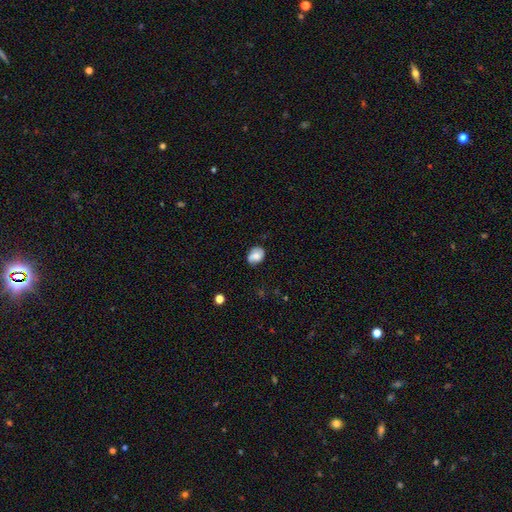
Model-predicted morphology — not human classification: Q: Smooth or featured?
A: smooth (73%); runner-up: featured or disk (19%)
Q: How rounded?
A: in between (66%); runner-up: round (33%)
Q: Merging?
A: none (70%); runner-up: minor disturbance (23%)